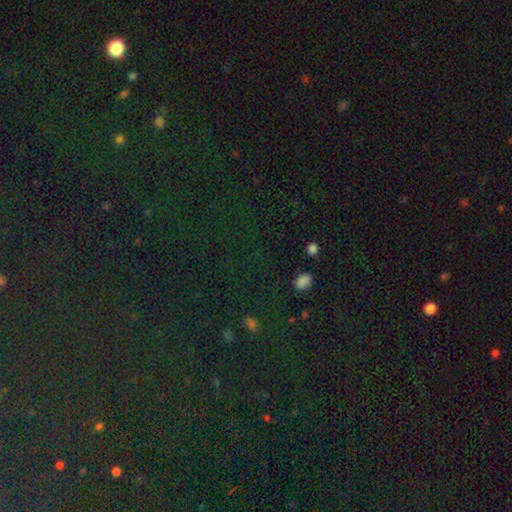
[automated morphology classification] Smooth or featured? star or artifact (77%)